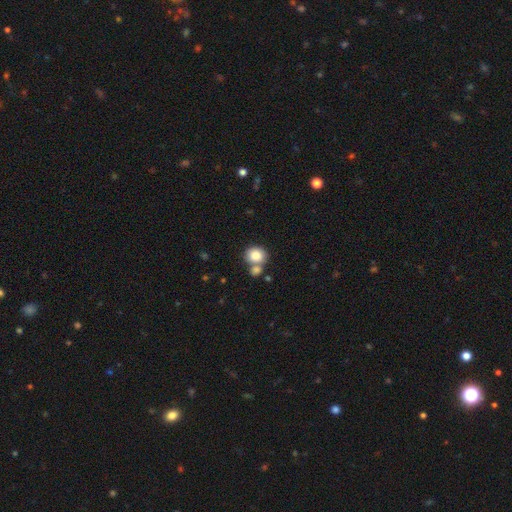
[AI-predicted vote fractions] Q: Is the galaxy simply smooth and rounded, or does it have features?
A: smooth — 84%.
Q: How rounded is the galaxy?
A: round — 71%.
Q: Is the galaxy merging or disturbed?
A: none — 49%.